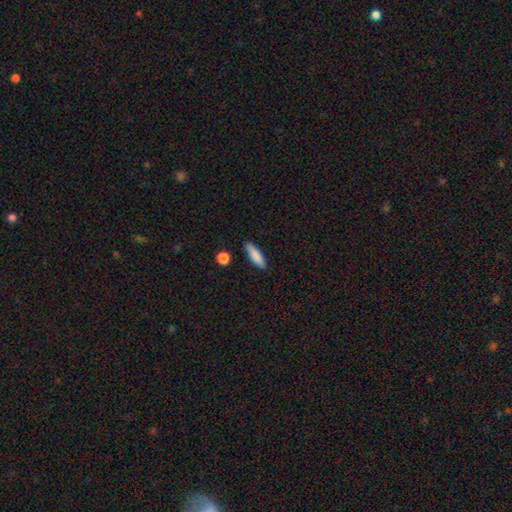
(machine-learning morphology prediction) smooth 85%, featured or disk 9%, star or artifact 6%. Down the decision tree: how rounded — cigar-shaped (62%); merging — none (85%).